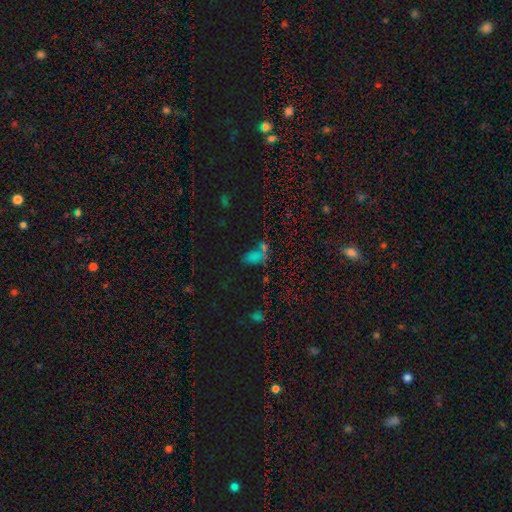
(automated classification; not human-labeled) Q: Smooth or featured?
A: smooth (48%); runner-up: star or artifact (43%)
Q: Merging?
A: none (51%); runner-up: merger (19%)